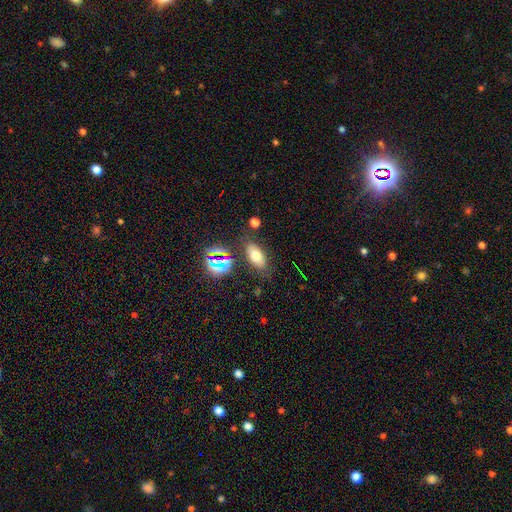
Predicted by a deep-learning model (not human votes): smooth 64%, star or artifact 20%, featured or disk 15%. Down the decision tree: how rounded — in between (86%); merging — none (79%).